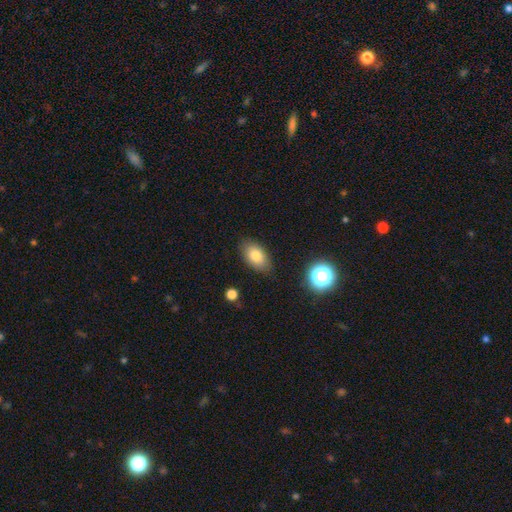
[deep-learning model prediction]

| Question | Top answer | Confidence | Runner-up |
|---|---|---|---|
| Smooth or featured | smooth | 80% | featured or disk (11%) |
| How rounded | in between | 90% | round (8%) |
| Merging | none | 82% | minor disturbance (14%) |